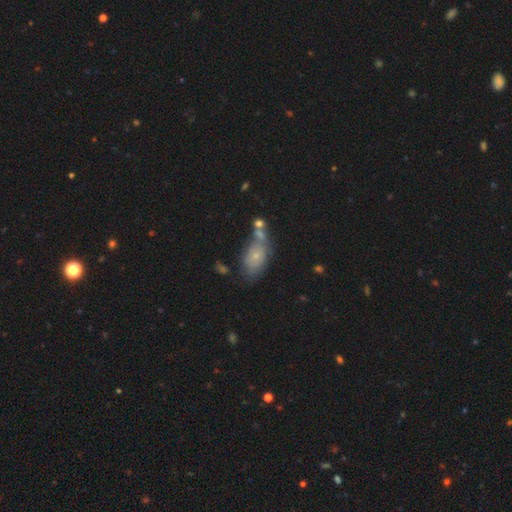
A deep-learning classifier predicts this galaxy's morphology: smooth 65%, featured or disk 25%, star or artifact 10%. Down the decision tree: how rounded — in between (89%); merging — none (45%).